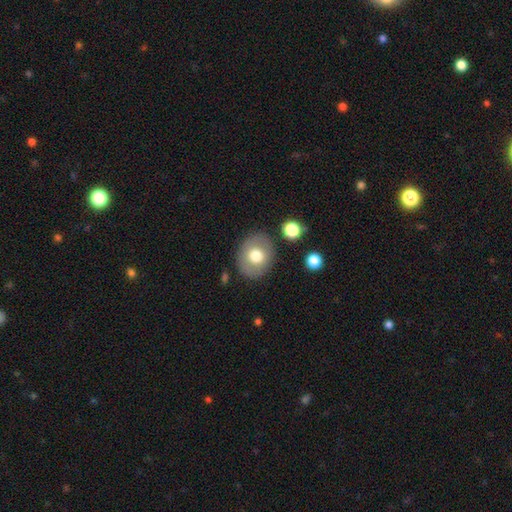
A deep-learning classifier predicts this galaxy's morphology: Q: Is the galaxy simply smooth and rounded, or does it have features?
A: smooth — 69%.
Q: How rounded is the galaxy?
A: round — 59%.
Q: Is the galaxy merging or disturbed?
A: none — 85%.